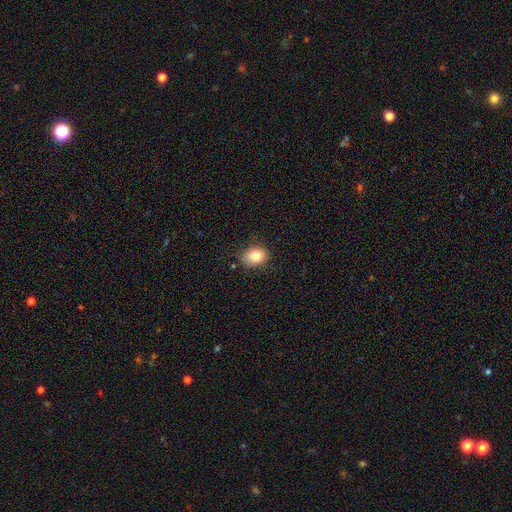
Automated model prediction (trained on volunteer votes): Q: Smooth or featured?
A: smooth (82%); runner-up: star or artifact (10%)
Q: How rounded?
A: in between (57%); runner-up: round (42%)
Q: Merging?
A: none (83%); runner-up: minor disturbance (13%)